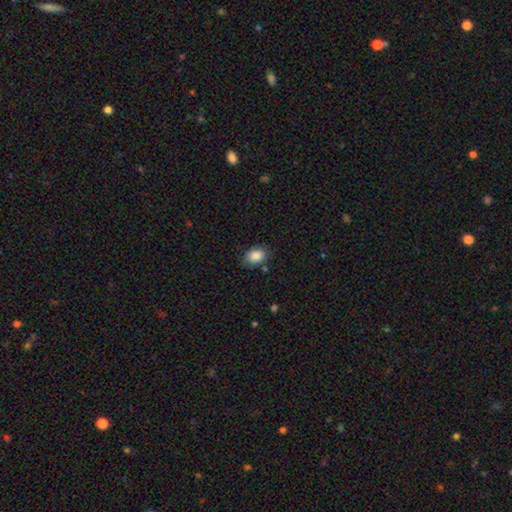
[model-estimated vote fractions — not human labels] This appears to be a smooth galaxy with no disk features (87%) that is in between round and cigar-shaped (79%). Merging: none (84%).